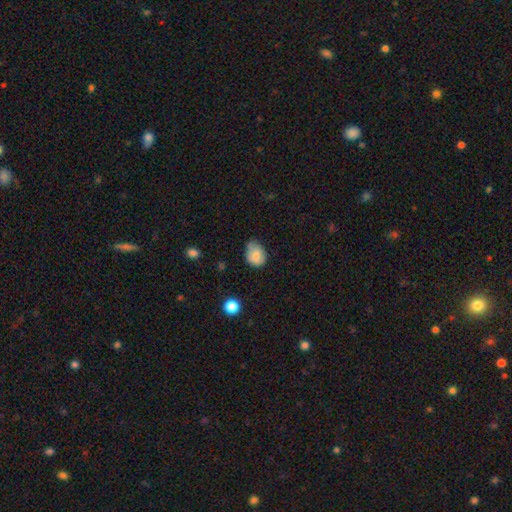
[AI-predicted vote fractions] Smooth or featured? smooth (75%)
How rounded? in between (58%)
Merging? none (50%)